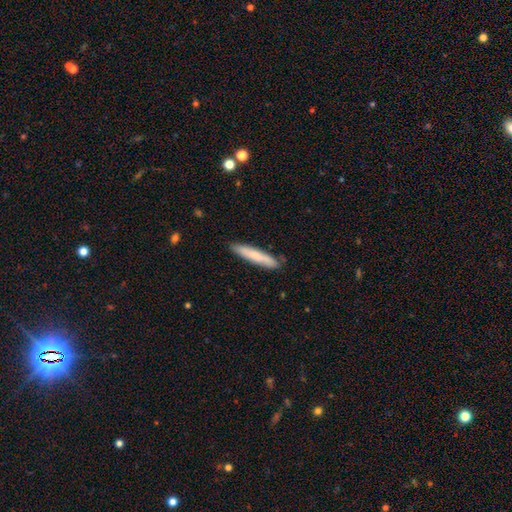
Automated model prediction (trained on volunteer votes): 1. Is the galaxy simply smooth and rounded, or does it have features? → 72% smooth, 23% featured or disk, 5% star or artifact.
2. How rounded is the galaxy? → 92% cigar-shaped, 7% in between, 1% round.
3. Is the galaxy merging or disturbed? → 87% none, 10% minor disturbance, 2% major disturbance, 1% merger.